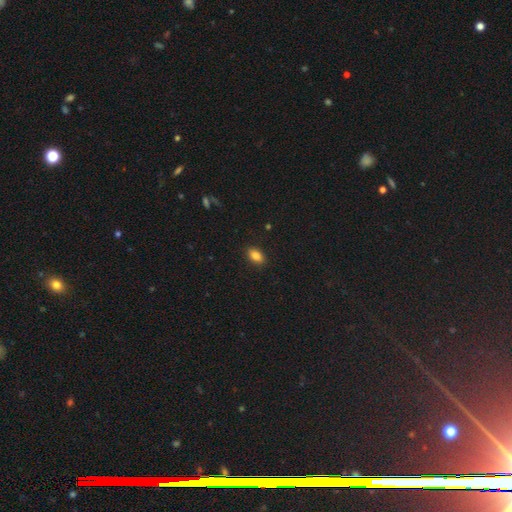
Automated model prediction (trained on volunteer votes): The model was most divided on "smooth or featured": smooth: 85%, star or artifact: 9%, featured or disk: 5%. More confident: merging — none (89%); how rounded — in between (89%).